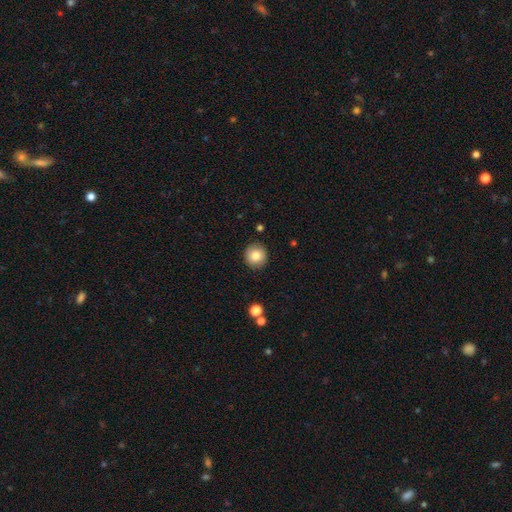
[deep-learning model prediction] Smooth or featured? smooth (83%)
How rounded? round (94%)
Merging? none (91%)